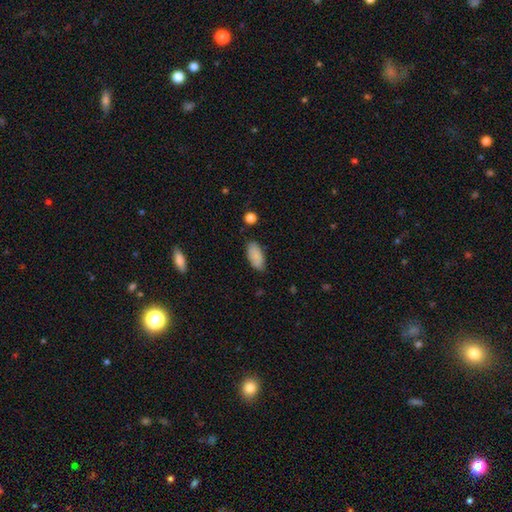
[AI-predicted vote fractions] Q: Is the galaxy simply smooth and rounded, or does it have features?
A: smooth — 85%.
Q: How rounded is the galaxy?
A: in between — 91%.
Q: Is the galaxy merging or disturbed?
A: none — 81%.